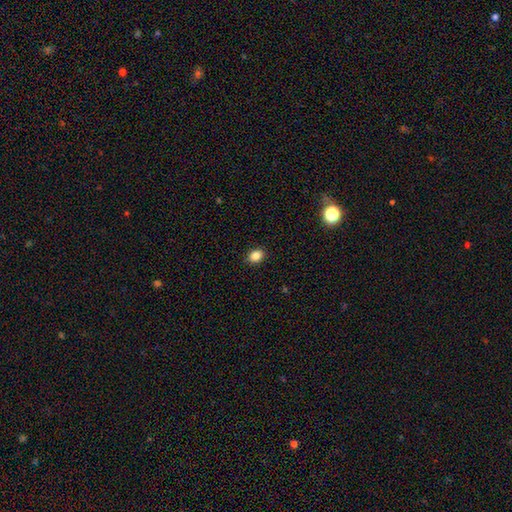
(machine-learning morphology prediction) Smooth or featured? Predicted: smooth (p=0.85). How rounded? Predicted: in between (p=0.62). Merging? Predicted: none (p=0.91).